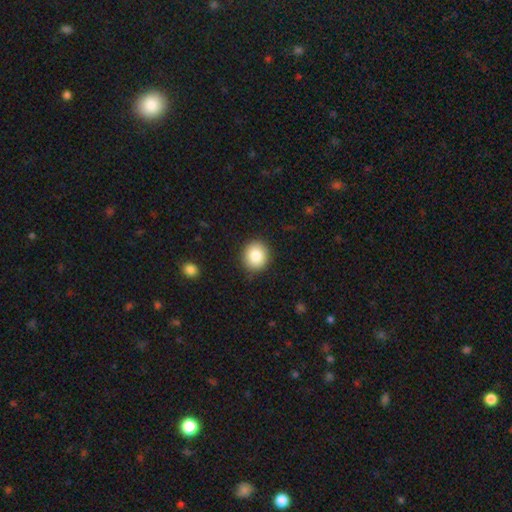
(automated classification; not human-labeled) smooth-or-featured: smooth: 85% | star or artifact: 8% | featured or disk: 7%
  how-rounded: round: 85% | in between: 14% | cigar-shaped: 1%
  merging: none: 88% | minor disturbance: 8% | major disturbance: 2% | merger: 1%